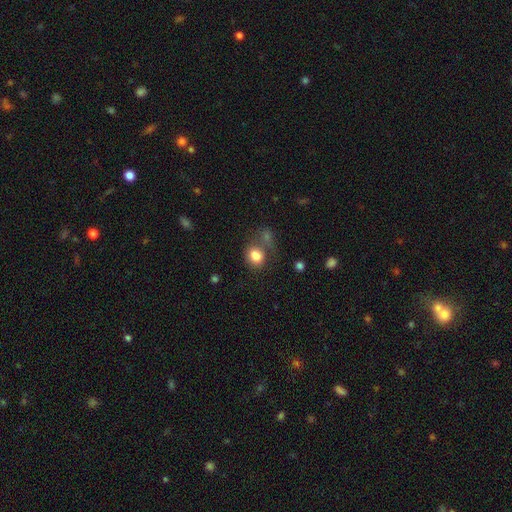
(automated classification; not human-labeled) The model was most divided on "how rounded": round: 53%, in between: 46%, cigar-shaped: 1%. Remaining: smooth or featured — smooth (82%); merging — none (49%).